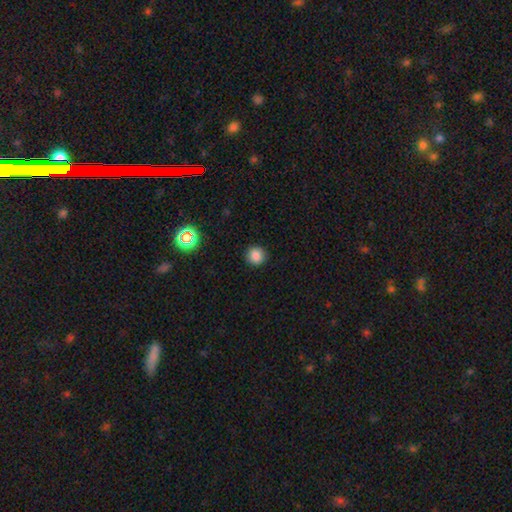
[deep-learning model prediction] Smooth or featured? smooth (84%)
How rounded? round (94%)
Merging? none (92%)